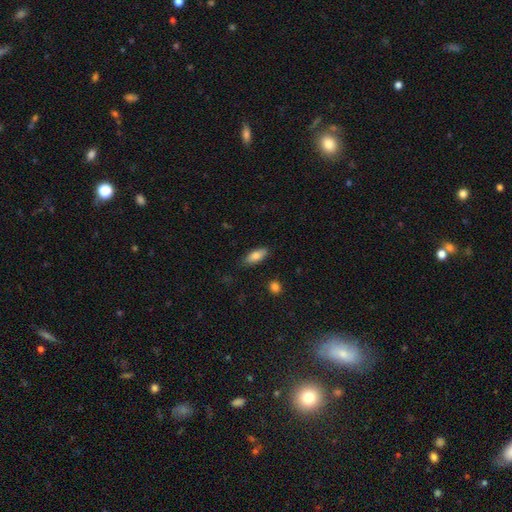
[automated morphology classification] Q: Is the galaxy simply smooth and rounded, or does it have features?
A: smooth — 82%.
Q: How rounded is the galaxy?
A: in between — 81%.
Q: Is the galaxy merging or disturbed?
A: none — 82%.